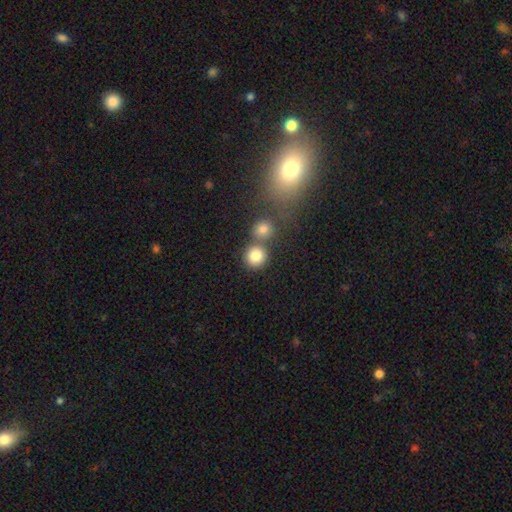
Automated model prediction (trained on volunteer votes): This is clearly a smooth galaxy (82%). How rounded: clearly round (91%). Merging: likely none (64%).